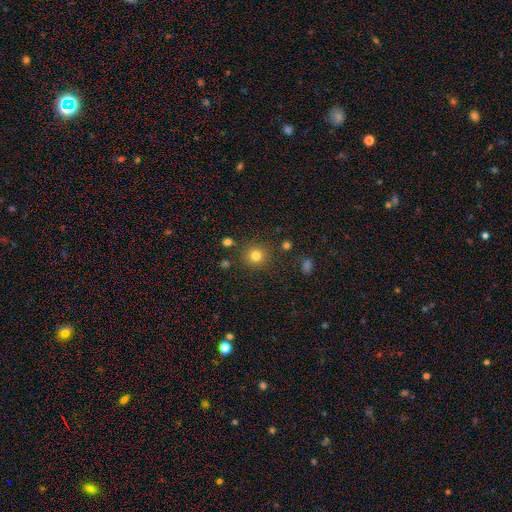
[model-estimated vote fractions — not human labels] Smooth or featured?
  - smooth: 80% *
  - star or artifact: 14%
  - featured or disk: 6%
How rounded?
  - round: 93% *
  - in between: 6%
  - cigar-shaped: 1%
Merging?
  - none: 86% *
  - minor disturbance: 8%
  - merger: 3%
  - major disturbance: 3%